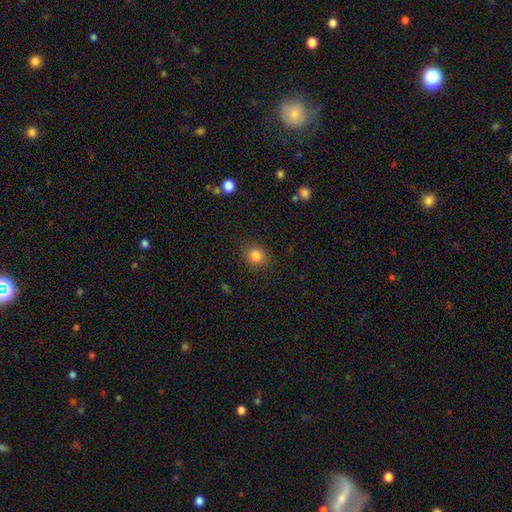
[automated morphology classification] Q: Smooth or featured?
A: smooth (83%); runner-up: star or artifact (12%)
Q: How rounded?
A: round (79%); runner-up: in between (20%)
Q: Merging?
A: none (88%); runner-up: minor disturbance (8%)